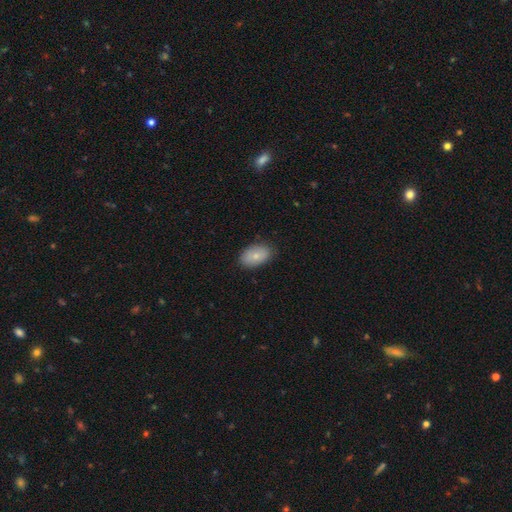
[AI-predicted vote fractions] Smooth or featured? Predicted: smooth (p=0.79). How rounded? Predicted: in between (p=0.91). Merging? Predicted: none (p=0.84).